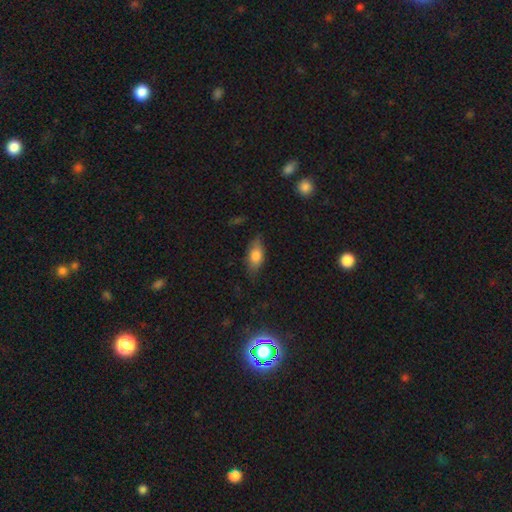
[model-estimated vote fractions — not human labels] smooth-or-featured: smooth: 76% | featured or disk: 16% | star or artifact: 8%
  how-rounded: in between: 86% | cigar-shaped: 9% | round: 5%
  merging: none: 74% | minor disturbance: 20% | major disturbance: 4% | merger: 1%